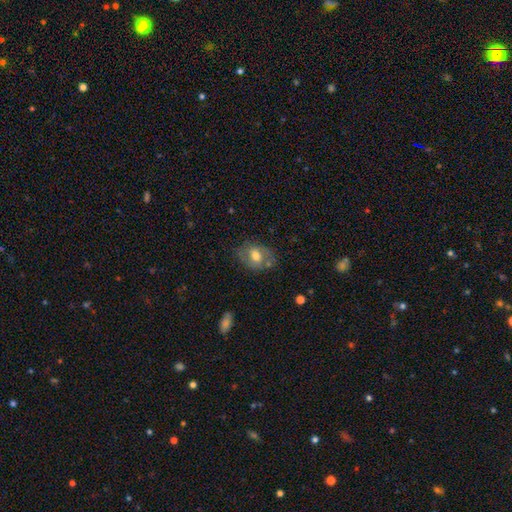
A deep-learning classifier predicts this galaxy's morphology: smooth-or-featured: smooth: 51% | featured or disk: 41% | star or artifact: 9%
  how-rounded: in between: 67% | round: 32% | cigar-shaped: 1%
  merging: none: 69% | minor disturbance: 20% | major disturbance: 7% | merger: 4%